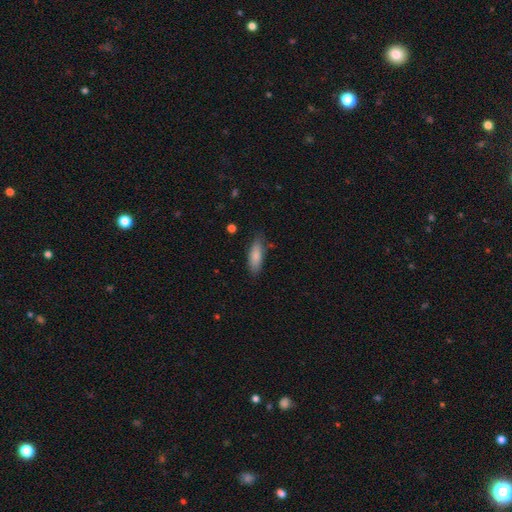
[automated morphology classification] A smooth galaxy with no disk features (84%) that is in between round and cigar-shaped (61%).

Vote fractions:
- Smooth or featured? smooth: 84% / featured or disk: 10% / star or artifact: 6%
- How rounded? in between: 61% / cigar-shaped: 37% / round: 2%
- Merging? none: 79% / minor disturbance: 16% / major disturbance: 3% / merger: 2%